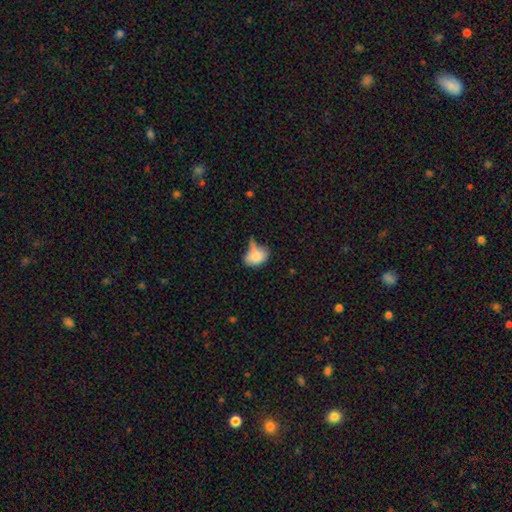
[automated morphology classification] Smooth or featured? Predicted: smooth (p=0.77). How rounded? Predicted: in between (p=0.78). Merging? Predicted: minor disturbance (p=0.32).